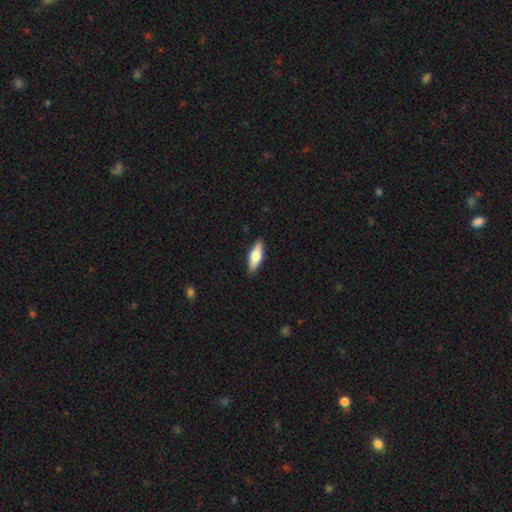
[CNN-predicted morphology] This appears to be a smooth galaxy with no disk features (66%) that is in between round and cigar-shaped (60%). Merging: none (89%).